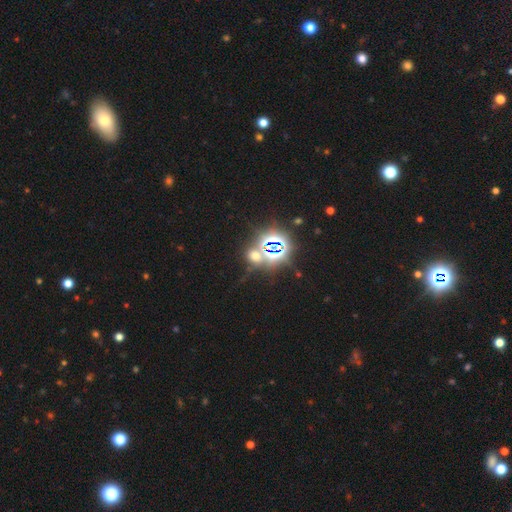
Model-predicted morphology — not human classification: Q: Smooth or featured?
A: star or artifact (60%); runner-up: smooth (31%)